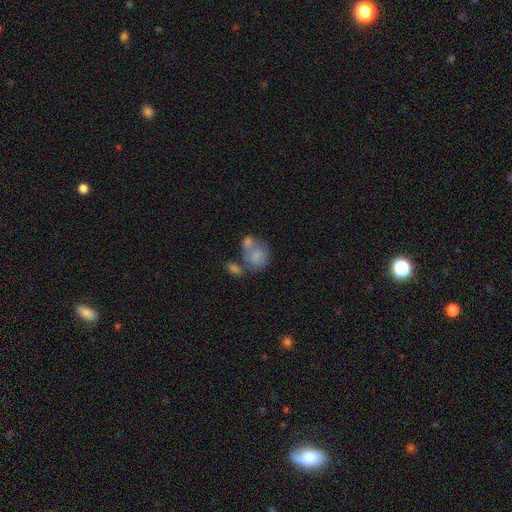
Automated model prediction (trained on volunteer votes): This is likely a smooth galaxy (74%). How rounded: possibly round (52%). Merging: possibly merger (48%).